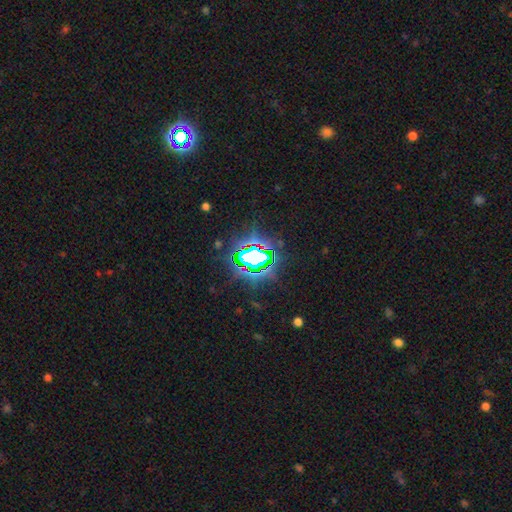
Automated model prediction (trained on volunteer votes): The model was most divided on "smooth or featured": star or artifact: 77%, smooth: 12%, featured or disk: 11%.